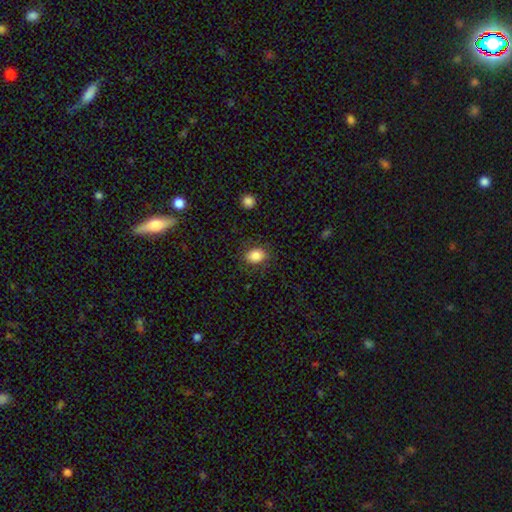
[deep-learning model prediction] smooth_or_featured: smooth (p=0.85) [alt: star or artifact p=0.09]
how_rounded: in between (p=0.64) [alt: round p=0.35]
merging: none (p=0.83) [alt: minor disturbance p=0.12]